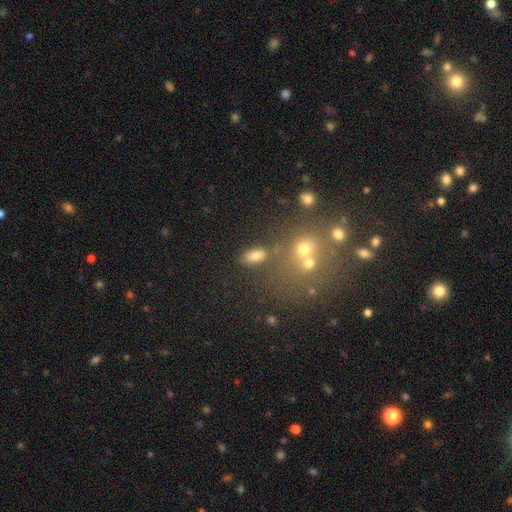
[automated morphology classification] Smooth or featured? Predicted: smooth (p=0.73). How rounded? Predicted: in between (p=0.86). Merging? Predicted: none (p=0.72).